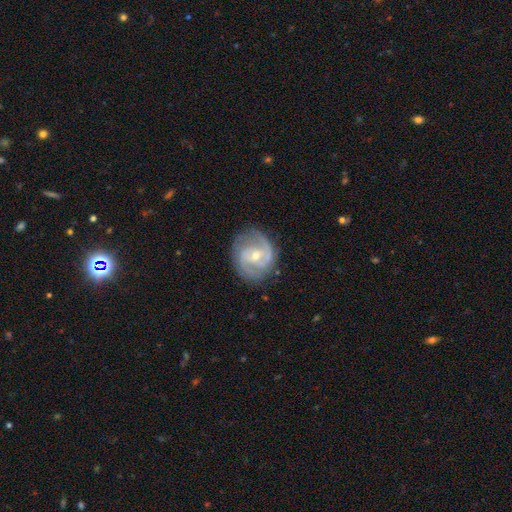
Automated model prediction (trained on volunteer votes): Smooth or featured?
  - featured or disk: 83% *
  - smooth: 11%
  - star or artifact: 6%
Edge-on disk?
  - no: 97% *
  - yes: 3%
Bar?
  - weak: 44% *
  - no: 41%
  - strong: 14%
Spiral arms?
  - yes: 94% *
  - no: 6%
Spiral winding?
  - medium: 45% *
  - tight: 41%
  - loose: 15%
Spiral arm count?
  - 2: 68% *
  - can't tell: 14%
  - 3: 10%
  - 1: 4%
  - 4: 3%
  - more than 4: 2%
Bulge size?
  - small: 50% *
  - moderate: 47%
  - large: 1%
  - none: 1%
  - dominant: 1%
Merging?
  - none: 75% *
  - minor disturbance: 17%
  - major disturbance: 6%
  - merger: 1%